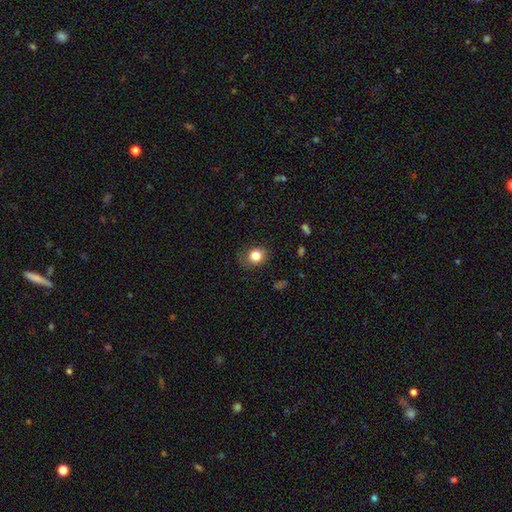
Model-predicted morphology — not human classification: Q: Smooth or featured?
A: smooth (82%); runner-up: star or artifact (11%)
Q: How rounded?
A: round (70%); runner-up: in between (29%)
Q: Merging?
A: none (76%); runner-up: minor disturbance (17%)